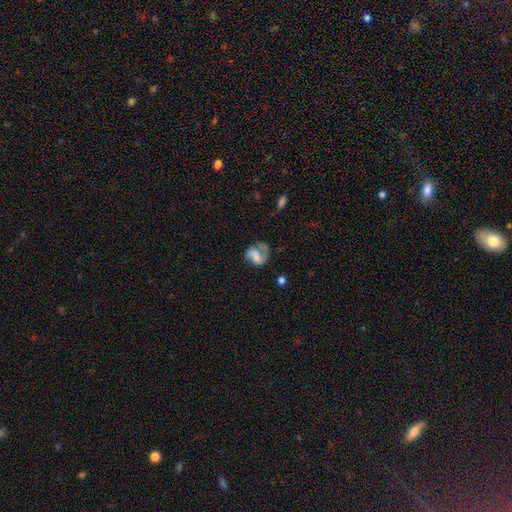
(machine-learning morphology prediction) smooth_or_featured: featured or disk (p=0.50) [alt: smooth p=0.41]
merging: none (p=0.36) [alt: major disturbance p=0.32]